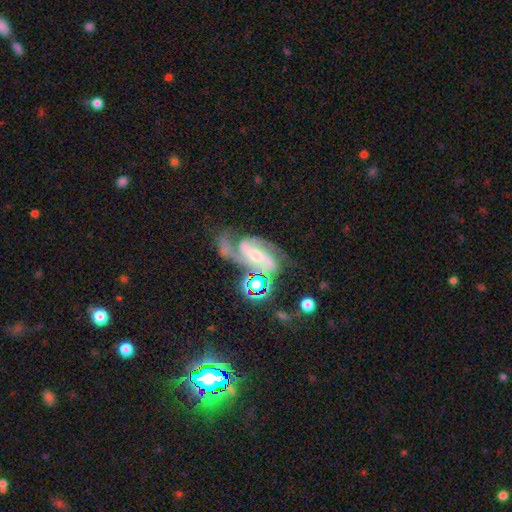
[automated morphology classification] The model was most divided on "bar": no: 41%, weak: 39%, strong: 21%. Remaining: spiral arms — yes (97%); edge-on disk — no (97%); smooth or featured — featured or disk (83%); spiral arm count — 2 (63%); spiral winding — medium (53%); merging — none (49%); bulge size — moderate (47%).